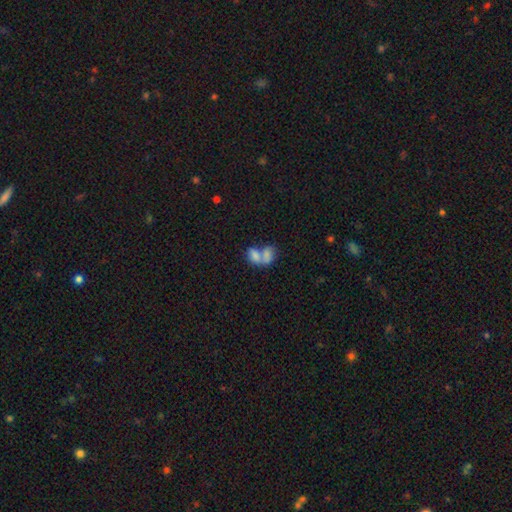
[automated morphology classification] A smooth galaxy with no disk features (74%) that is in between round and cigar-shaped (86%). Merging: merger (73%).